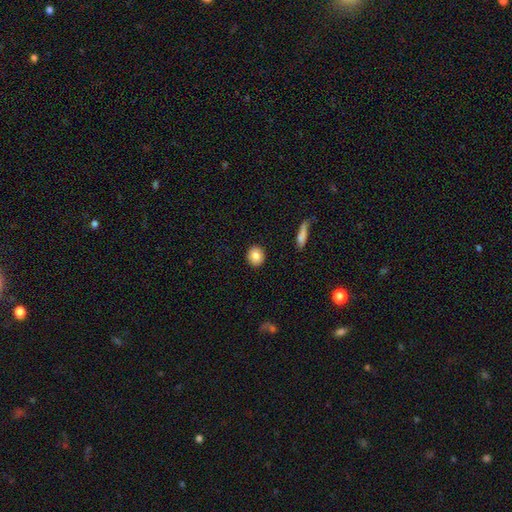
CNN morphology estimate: smooth 85%, star or artifact 8%, featured or disk 7%. Down the decision tree: how rounded — round (80%); merging — none (91%).